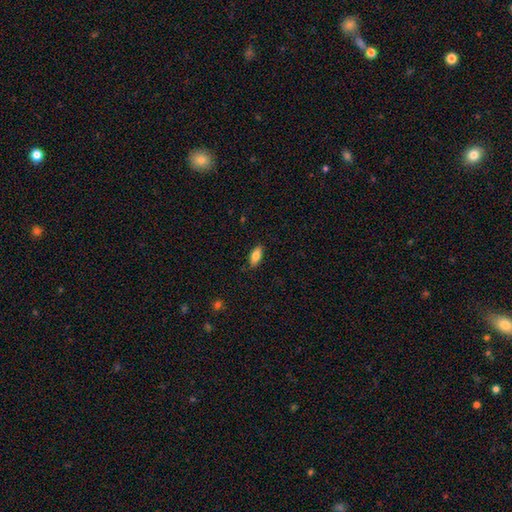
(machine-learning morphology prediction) This appears to be a smooth galaxy with no disk features (77%) that is in between round and cigar-shaped (80%). Merging: none (86%).